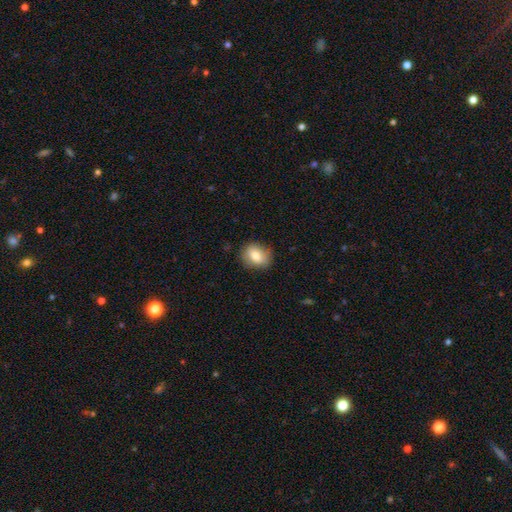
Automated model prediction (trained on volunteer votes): Smooth or featured? Predicted: smooth (p=0.78). How rounded? Predicted: round (p=0.52). Merging? Predicted: none (p=0.84).